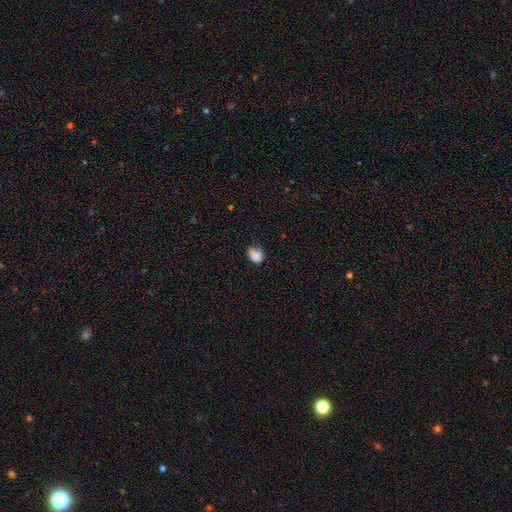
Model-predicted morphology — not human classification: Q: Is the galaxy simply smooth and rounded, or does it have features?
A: smooth — 85%.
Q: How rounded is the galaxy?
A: in between — 52%.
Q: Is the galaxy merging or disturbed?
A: none — 55%.